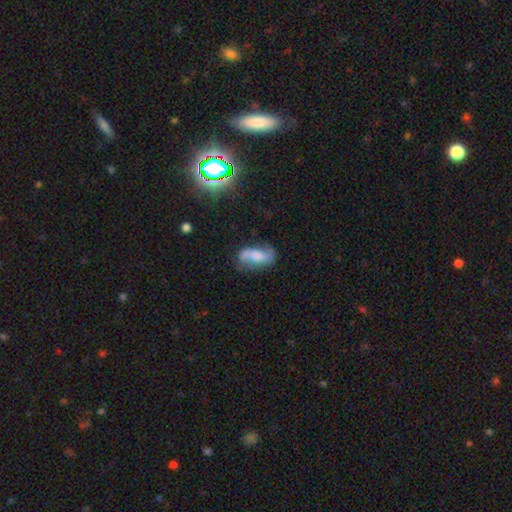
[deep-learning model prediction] Overall: featured or disk (49%; smooth 42%). Merging: none (57%; minor disturbance 26%).